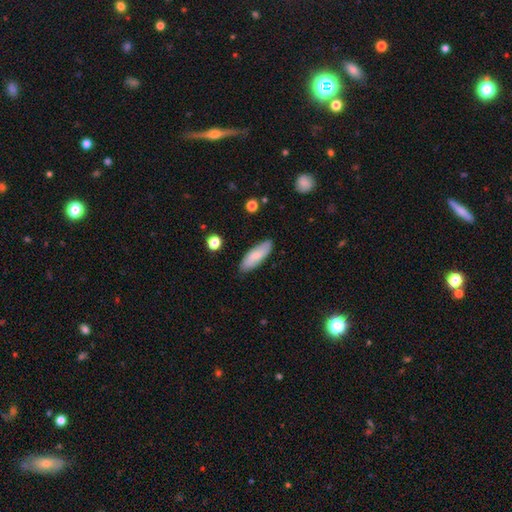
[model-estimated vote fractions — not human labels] smooth_or_featured: smooth (p=0.75) [alt: featured or disk p=0.19]
how_rounded: in between (p=0.62) [alt: cigar-shaped p=0.36]
merging: none (p=0.86) [alt: minor disturbance p=0.11]